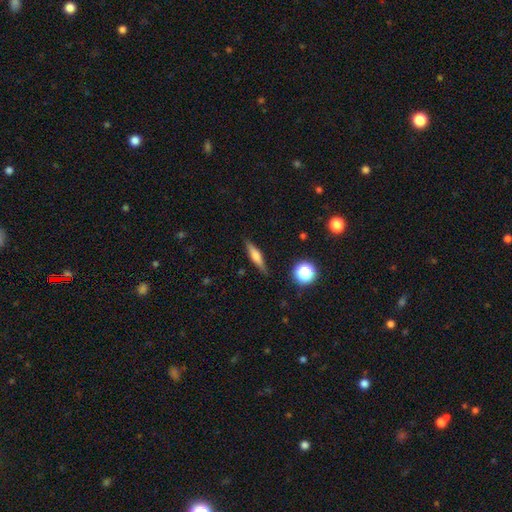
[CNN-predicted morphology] Q: Smooth or featured?
A: featured or disk (47%); runner-up: smooth (44%)
Q: Merging?
A: none (87%); runner-up: minor disturbance (9%)